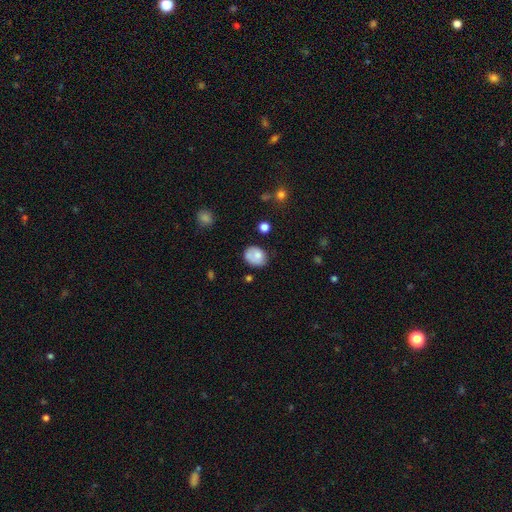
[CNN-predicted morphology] Smooth or featured? smooth (74%)
How rounded? in between (52%)
Merging? none (55%)